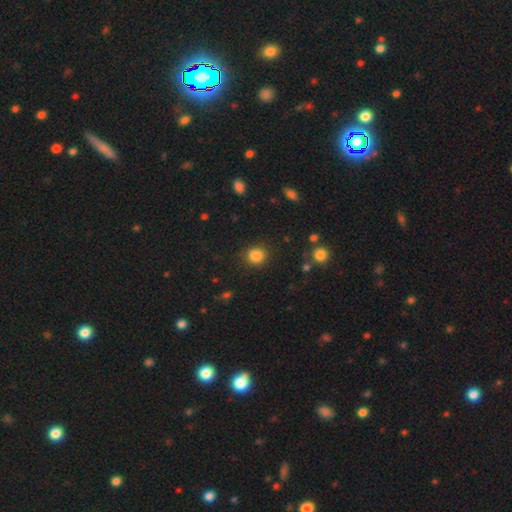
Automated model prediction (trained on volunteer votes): A smooth galaxy with no disk features (84%) that is round (78%). Merging: none (82%).